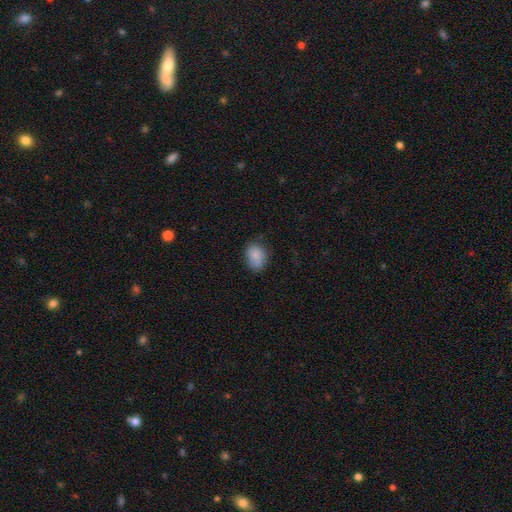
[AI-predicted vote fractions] A smooth galaxy with no disk features (84%) that is in between round and cigar-shaped (73%). Merging: none (68%).